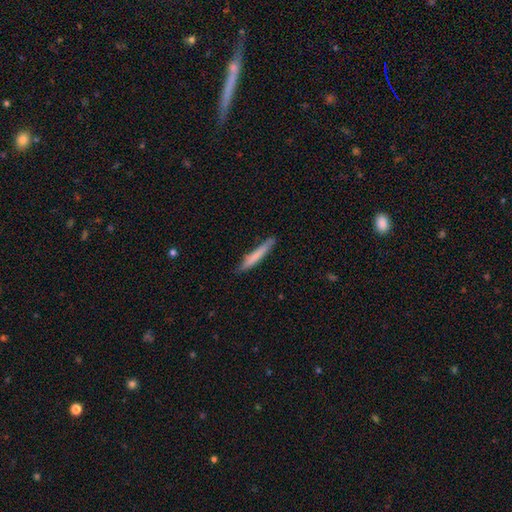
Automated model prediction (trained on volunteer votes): smooth-or-featured: smooth: 73% | featured or disk: 22% | star or artifact: 5%
  how-rounded: cigar-shaped: 95% | in between: 4% | round: 1%
  merging: none: 83% | minor disturbance: 13% | major disturbance: 2% | merger: 2%